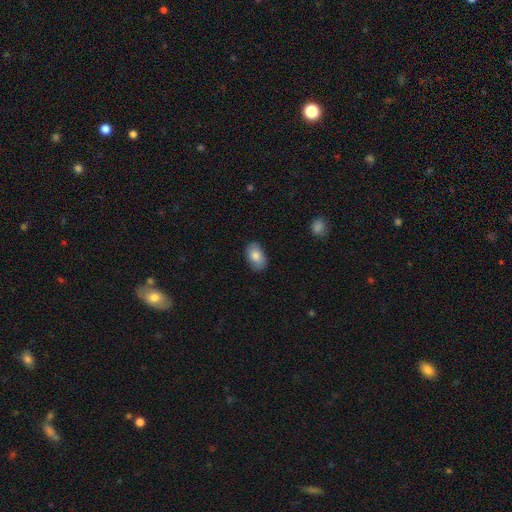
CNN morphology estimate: The model was most divided on "merging": none: 83%, minor disturbance: 13%, major disturbance: 3%, merger: 1%. More confident: how rounded — in between (90%); smooth or featured — smooth (83%).